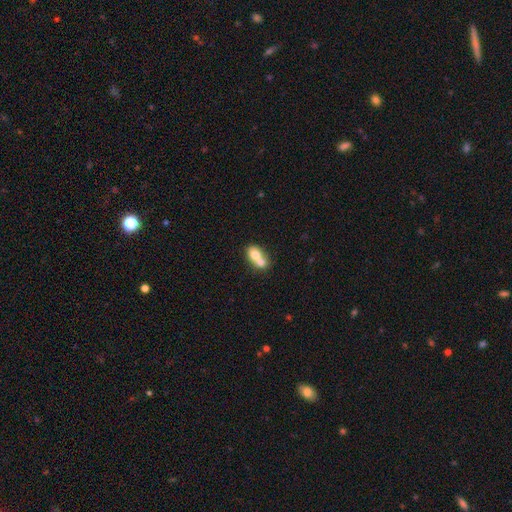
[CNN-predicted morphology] Smooth or featured? smooth (70%)
How rounded? in between (61%)
Merging? merger (72%)